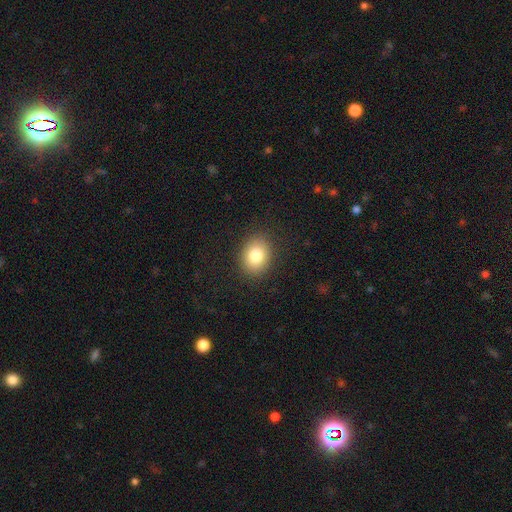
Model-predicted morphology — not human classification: type=smooth (82%); roundness=in between (53%); merging=none (88%).